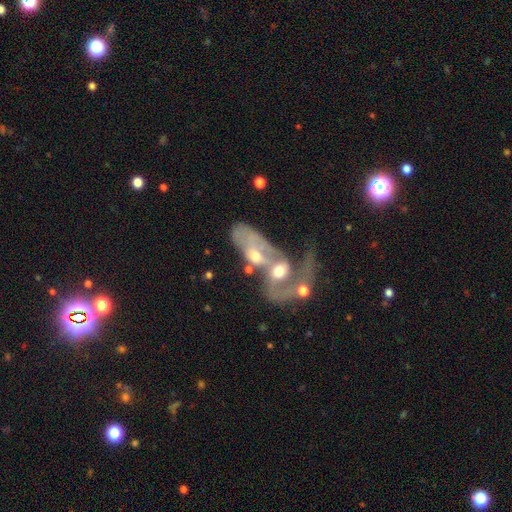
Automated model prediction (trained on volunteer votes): Morphology: type=featured or disk (72%); edge-on=no (93%); bar=no (69%); spiral arms=yes (70%); bulge=moderate (53%); merging=merger (67%).